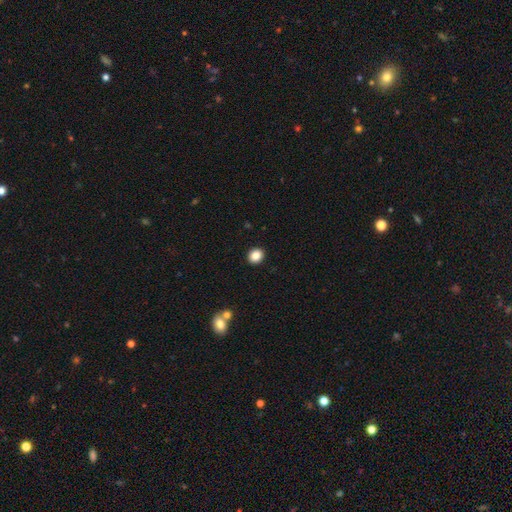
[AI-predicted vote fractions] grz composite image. It shows a smooth galaxy with no disk features (86%) that is round (68%). Merging: none (92%).